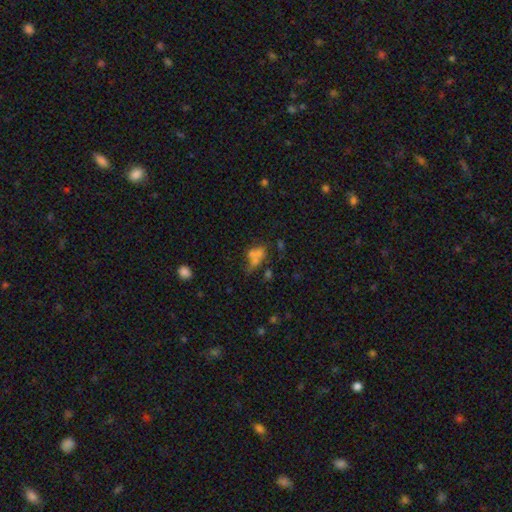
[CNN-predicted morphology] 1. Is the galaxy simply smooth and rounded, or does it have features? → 56% smooth, 26% featured or disk, 18% star or artifact.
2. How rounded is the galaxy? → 75% in between, 20% round, 5% cigar-shaped.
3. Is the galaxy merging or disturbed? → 40% merger, 24% none, 20% major disturbance, 16% minor disturbance.